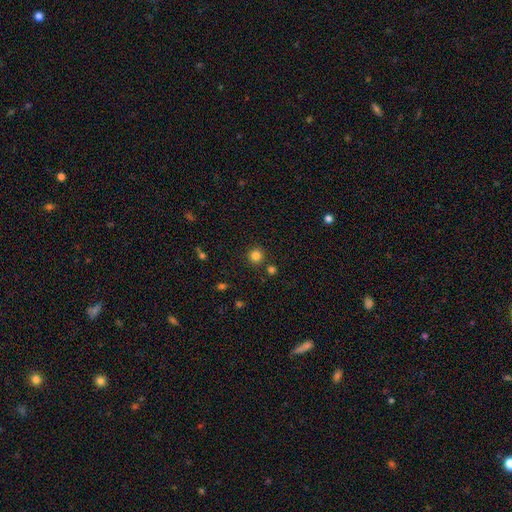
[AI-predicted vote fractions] This appears to be a smooth galaxy with no disk features (83%) that is round (94%). Merging: none (86%).